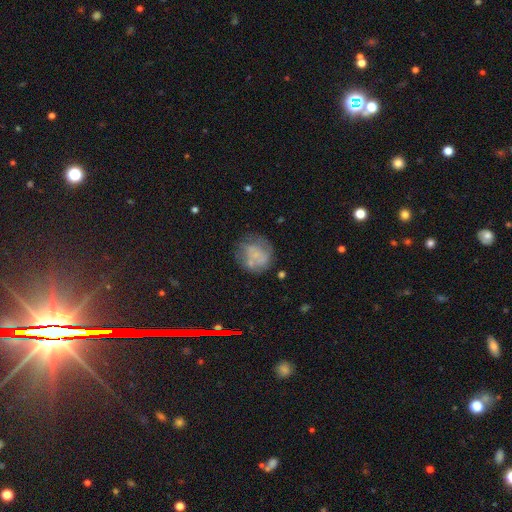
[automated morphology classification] A smooth galaxy with no disk features (49%). Merging: none (53%).